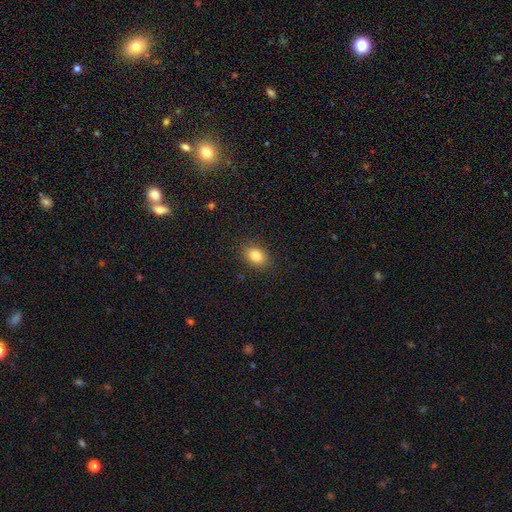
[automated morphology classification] A smooth galaxy with no disk features (84%) that is in between round and cigar-shaped (73%).

Vote fractions:
- Smooth or featured? smooth: 84% / star or artifact: 10% / featured or disk: 7%
- How rounded? in between: 73% / round: 25% / cigar-shaped: 1%
- Merging? none: 87% / minor disturbance: 10% / major disturbance: 3% / merger: 1%